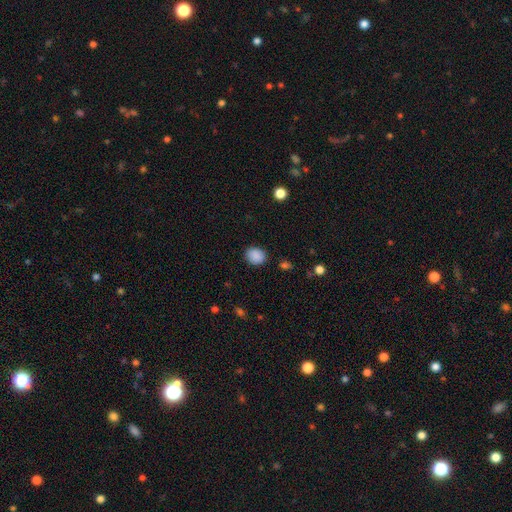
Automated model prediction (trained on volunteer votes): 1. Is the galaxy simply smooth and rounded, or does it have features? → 88% smooth, 9% star or artifact, 3% featured or disk.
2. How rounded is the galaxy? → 63% round, 36% in between, 1% cigar-shaped.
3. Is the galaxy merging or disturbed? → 86% none, 10% minor disturbance, 3% major disturbance, 1% merger.